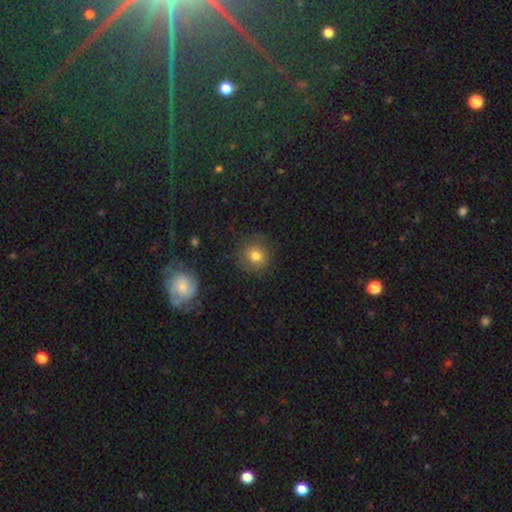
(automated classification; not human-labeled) Smooth or featured: smooth — 76% (star or artifact — 13%)
How rounded: round — 88% (in between — 11%)
Merging: none — 82% (minor disturbance — 12%)